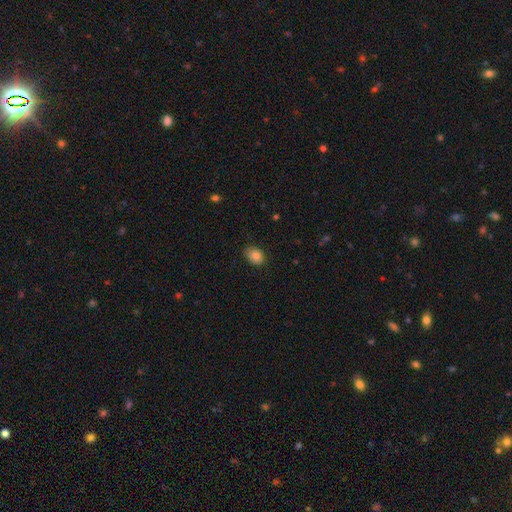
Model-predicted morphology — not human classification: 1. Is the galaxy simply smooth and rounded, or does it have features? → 85% smooth, 9% star or artifact, 6% featured or disk.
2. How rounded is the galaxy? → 66% in between, 33% round, 1% cigar-shaped.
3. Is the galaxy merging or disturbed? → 82% none, 15% minor disturbance, 2% major disturbance, 1% merger.